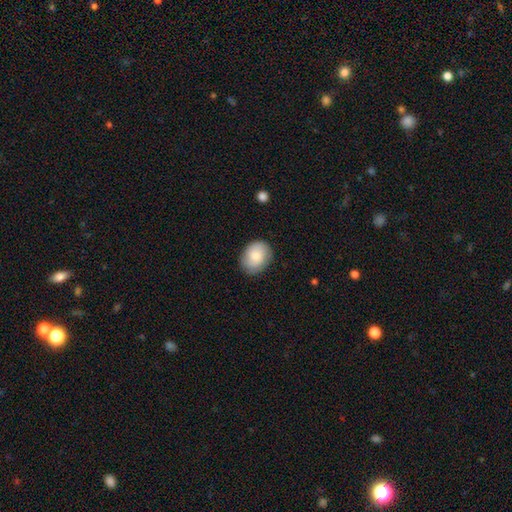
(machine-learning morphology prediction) A smooth galaxy with no disk features (83%) that is in between round and cigar-shaped (62%).

Vote fractions:
- Smooth or featured? smooth: 83% / featured or disk: 11% / star or artifact: 6%
- How rounded? in between: 62% / round: 37% / cigar-shaped: 1%
- Merging? none: 83% / minor disturbance: 13% / major disturbance: 3% / merger: 1%